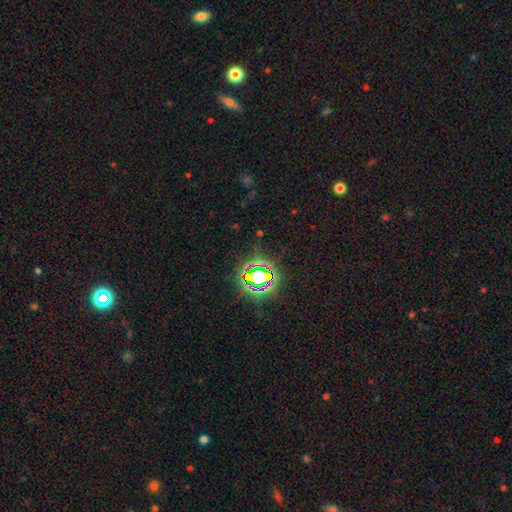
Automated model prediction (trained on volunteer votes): This appears to be a star or artifact, not a galaxy (79%).